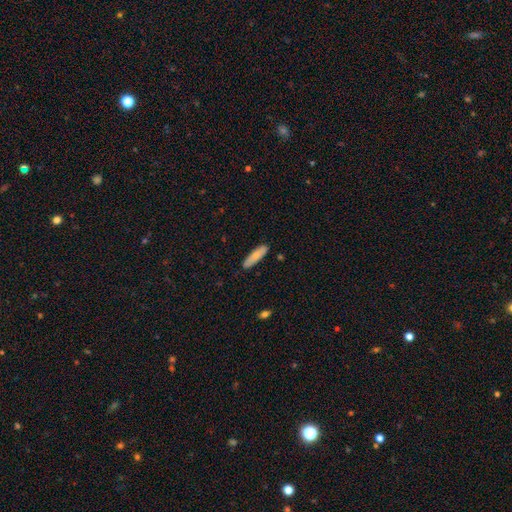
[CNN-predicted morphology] Smooth or featured: smooth — 76% (featured or disk — 18%)
How rounded: cigar-shaped — 63% (in between — 35%)
Merging: none — 86% (minor disturbance — 11%)